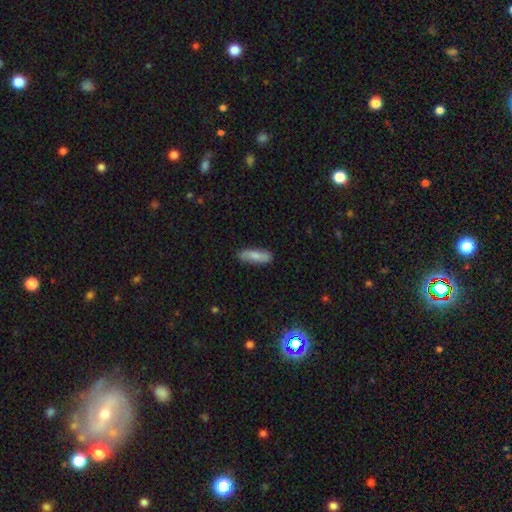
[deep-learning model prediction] Overall: smooth (75%). How rounded: in between (49%, tied with cigar-shaped). Merging: none (83%).